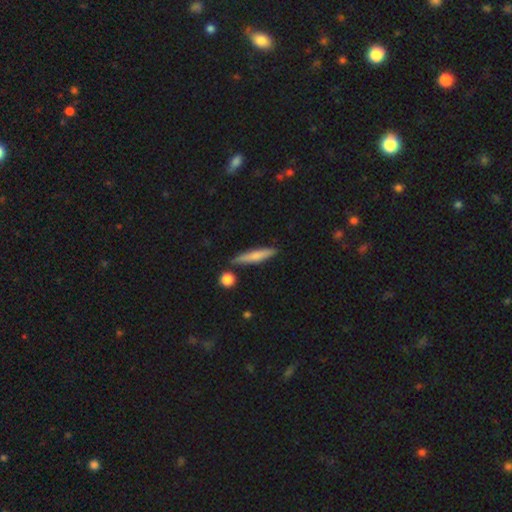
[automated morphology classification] Smooth or featured?
  - smooth: 69% *
  - featured or disk: 25%
  - star or artifact: 6%
How rounded?
  - cigar-shaped: 88% *
  - in between: 10%
  - round: 2%
Merging?
  - none: 84% *
  - minor disturbance: 10%
  - merger: 4%
  - major disturbance: 2%